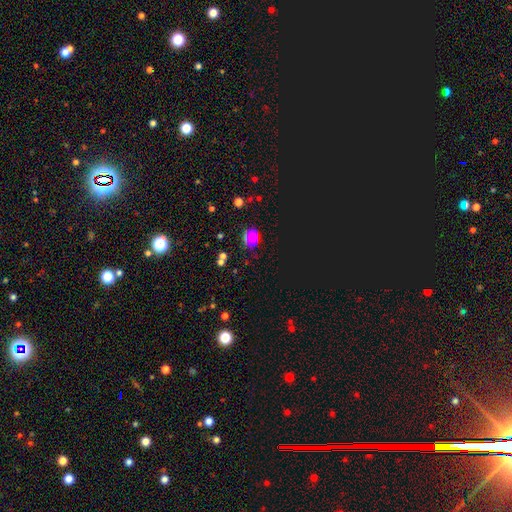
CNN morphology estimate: star or artifact 66%, smooth 25%, featured or disk 8%.